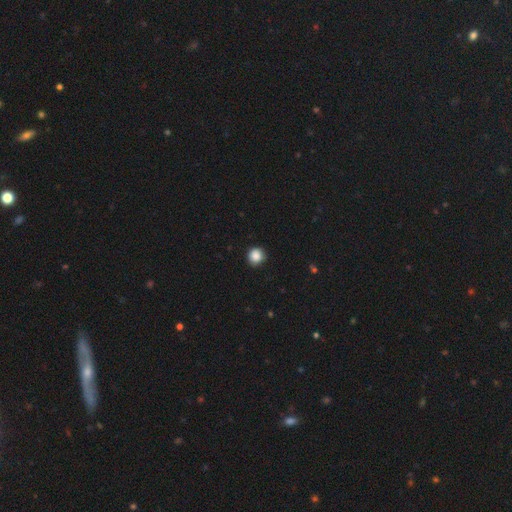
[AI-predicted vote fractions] Smooth or featured? Predicted: smooth (p=0.87). How rounded? Predicted: round (p=0.93). Merging? Predicted: none (p=0.88).